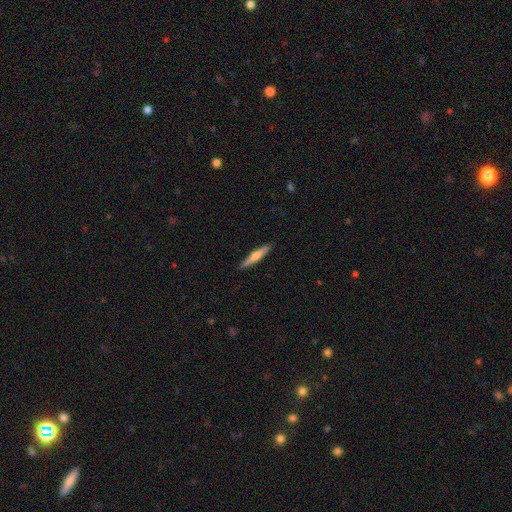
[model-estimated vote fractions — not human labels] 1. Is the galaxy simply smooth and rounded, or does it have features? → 47% featured or disk (tied), 47% smooth (tied), 6% star or artifact.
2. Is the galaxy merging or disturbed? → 91% none, 7% minor disturbance, 1% major disturbance, 1% merger.